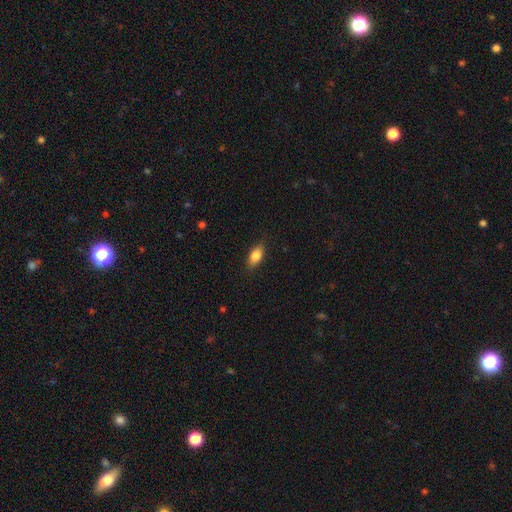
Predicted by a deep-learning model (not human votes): A smooth galaxy with no disk features (81%) that is in between round and cigar-shaped (84%). Merging: none (85%).